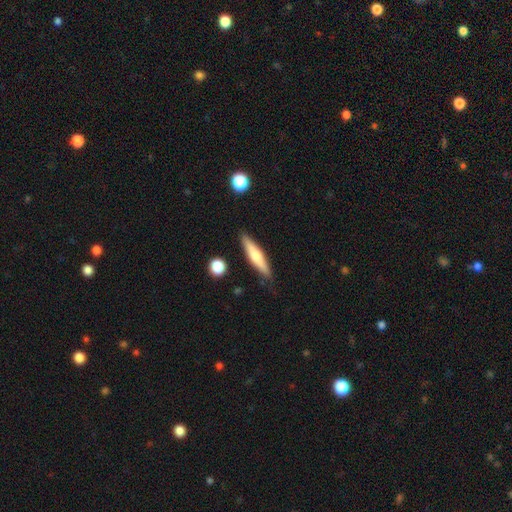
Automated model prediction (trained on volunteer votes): Smooth or featured?
  - smooth: 56% *
  - featured or disk: 38%
  - star or artifact: 6%
How rounded?
  - cigar-shaped: 85% *
  - in between: 13%
  - round: 2%
Merging?
  - none: 86% *
  - minor disturbance: 10%
  - merger: 2%
  - major disturbance: 2%